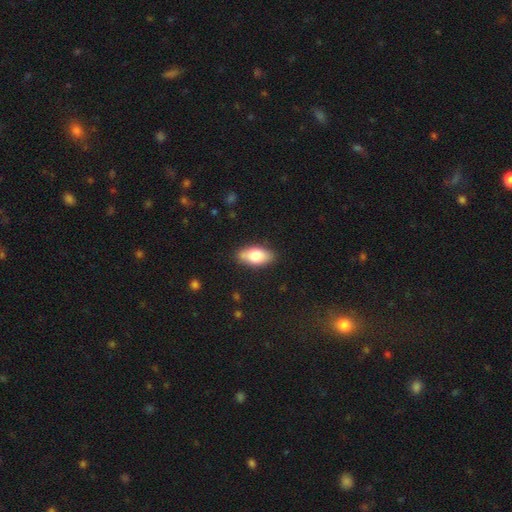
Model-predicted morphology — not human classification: Smooth or featured? smooth (76%)
How rounded? in between (90%)
Merging? none (84%)